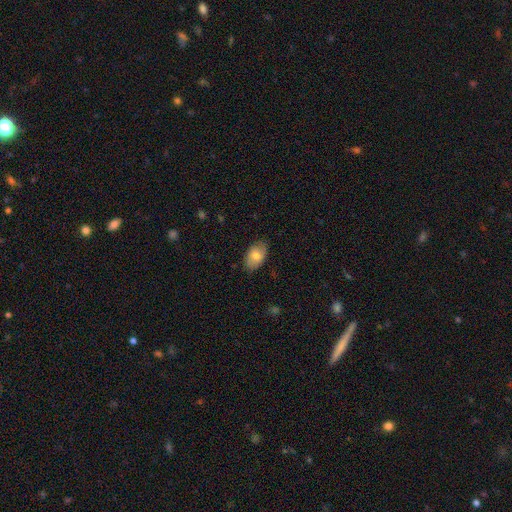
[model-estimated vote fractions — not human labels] Overall: smooth (77%). How rounded: in between (92%). Merging: none (82%).